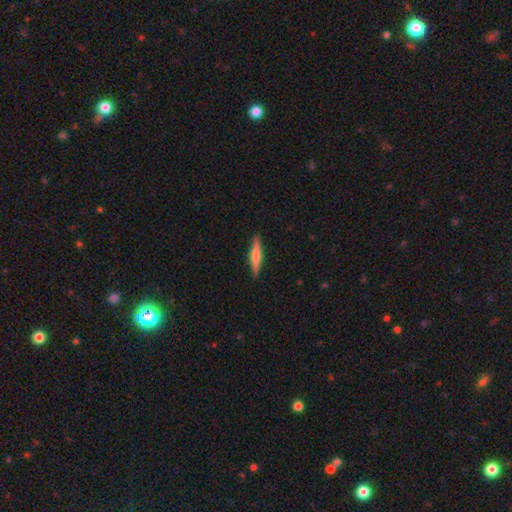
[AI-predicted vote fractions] Overall: featured or disk (48%; smooth 46%). Merging: none (91%).